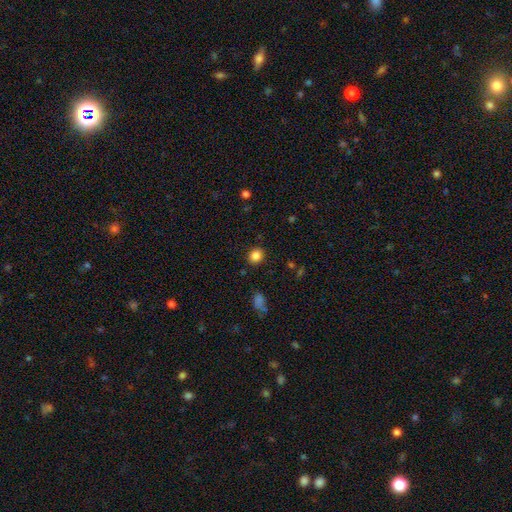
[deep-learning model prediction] smooth 84%, star or artifact 11%, featured or disk 5%. Down the decision tree: how rounded — round (77%); merging — none (89%).